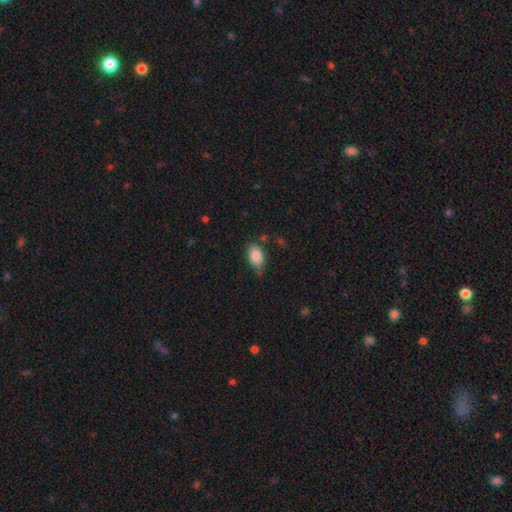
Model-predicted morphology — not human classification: smooth 87%, star or artifact 7%, featured or disk 6%. Down the decision tree: how rounded — in between (90%); merging — none (68%).